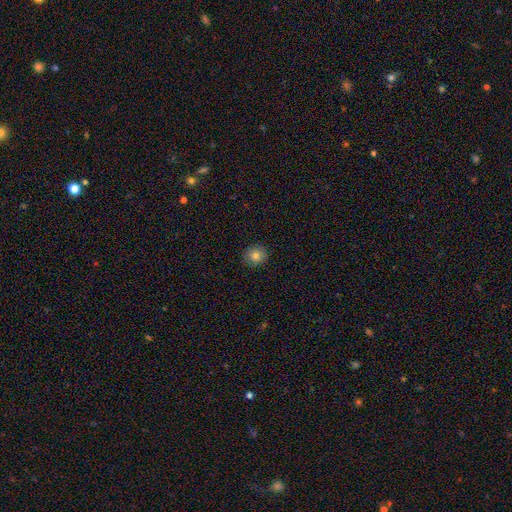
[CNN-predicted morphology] Smooth or featured: smooth — 80% (star or artifact — 11%)
How rounded: round — 85% (in between — 14%)
Merging: none — 91% (minor disturbance — 7%)